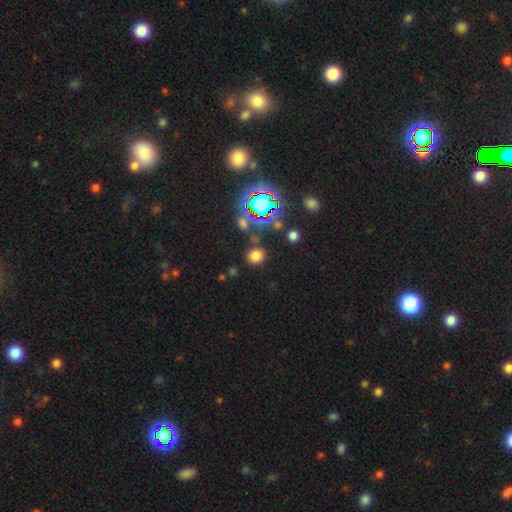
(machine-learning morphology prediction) smooth 71%, star or artifact 23%, featured or disk 6%. Down the decision tree: how rounded — round (82%); merging — none (81%).